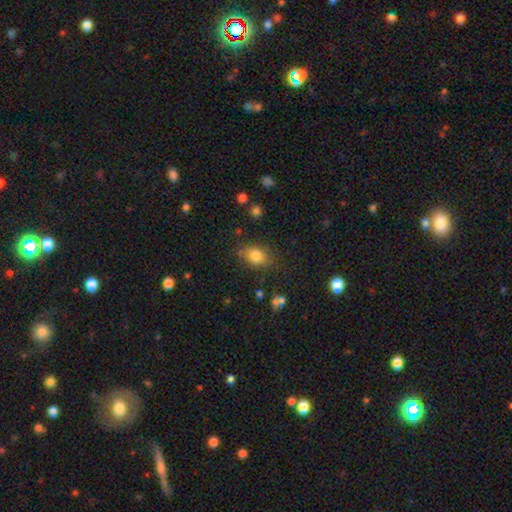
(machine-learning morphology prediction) smooth-or-featured: smooth: 80% | star or artifact: 11% | featured or disk: 9%
  how-rounded: in between: 64% | round: 34% | cigar-shaped: 2%
  merging: none: 73% | minor disturbance: 18% | major disturbance: 5% | merger: 4%